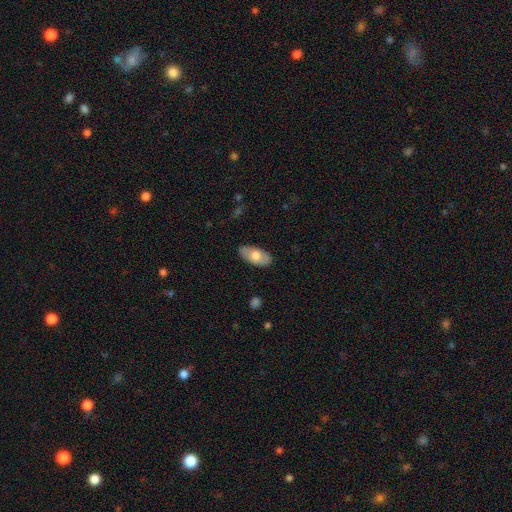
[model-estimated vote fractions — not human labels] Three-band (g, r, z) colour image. It shows a smooth galaxy with no disk features (62%) that is in between round and cigar-shaped (93%). Merging: none (81%).